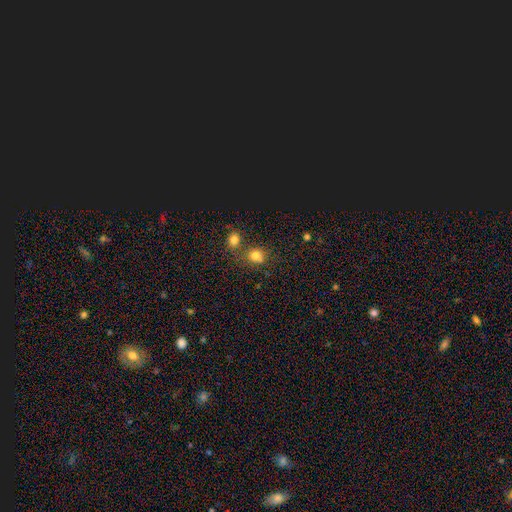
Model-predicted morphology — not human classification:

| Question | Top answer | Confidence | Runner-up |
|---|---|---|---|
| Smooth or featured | smooth | 75% | star or artifact (17%) |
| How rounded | round | 77% | in between (22%) |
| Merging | none | 54% | merger (32%) |